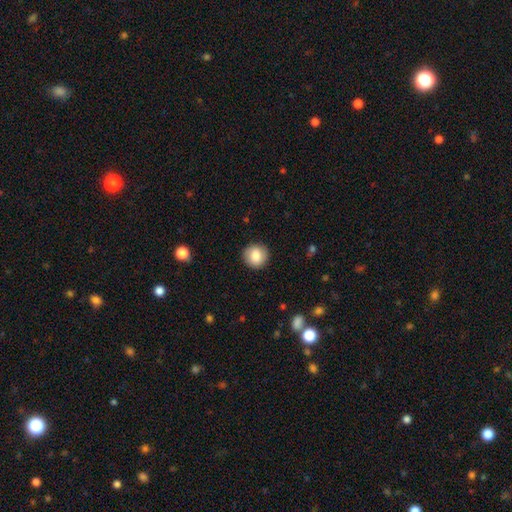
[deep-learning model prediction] A smooth galaxy with no disk features (83%) that is round (91%).

Vote fractions:
- Smooth or featured? smooth: 83% / featured or disk: 9% / star or artifact: 8%
- How rounded? round: 91% / in between: 8% / cigar-shaped: 1%
- Merging? none: 89% / minor disturbance: 8% / major disturbance: 2% / merger: 1%